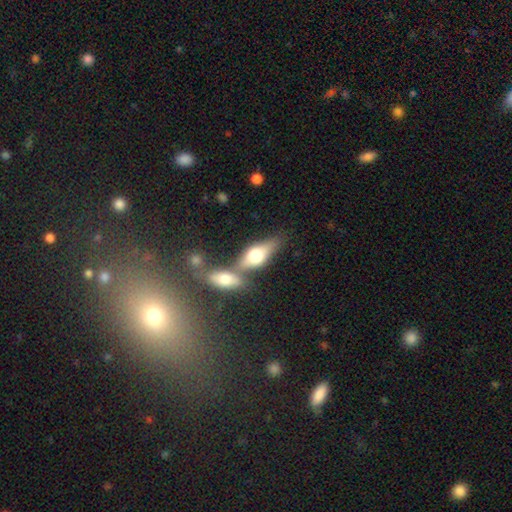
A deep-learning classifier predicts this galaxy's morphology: This is possibly a smooth galaxy (55%). How rounded: likely in between (73%). Merging: marginally none (44%).